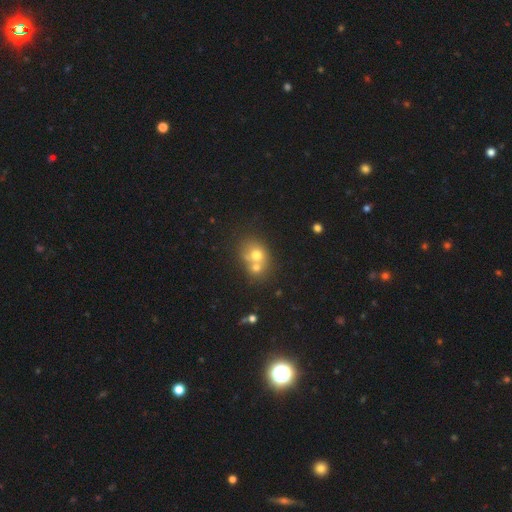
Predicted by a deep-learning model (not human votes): Smooth or featured? Predicted: smooth (p=0.65). How rounded? Predicted: round (p=0.64). Merging? Predicted: merger (p=0.59).